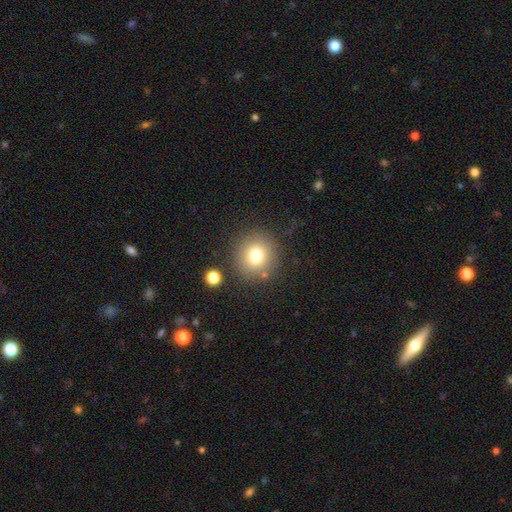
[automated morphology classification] type=smooth (77%); roundness=round (91%); merging=none (82%).